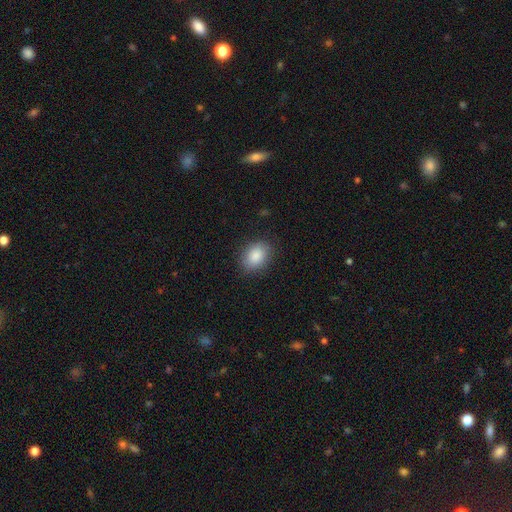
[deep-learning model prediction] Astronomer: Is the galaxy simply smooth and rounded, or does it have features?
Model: smooth — 87%.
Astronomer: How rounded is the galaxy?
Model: in between — 73%.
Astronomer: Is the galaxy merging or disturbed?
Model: none — 84%.